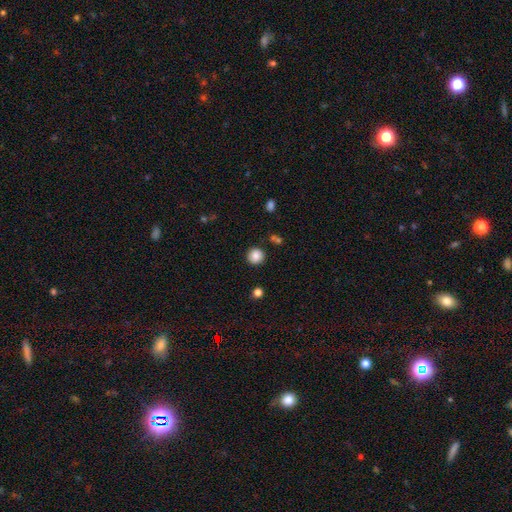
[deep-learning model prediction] Morphology: type=smooth (86%); roundness=round (93%); merging=none (89%).